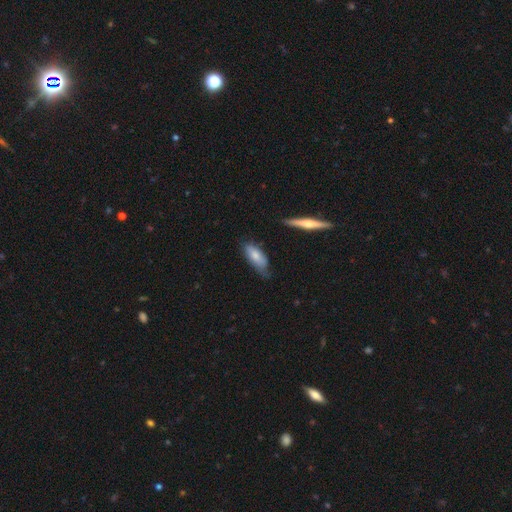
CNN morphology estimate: The model was most divided on "merging": none: 51%, minor disturbance: 37%, major disturbance: 9%, merger: 3%. More confident: how rounded — in between (78%); smooth or featured — smooth (71%).